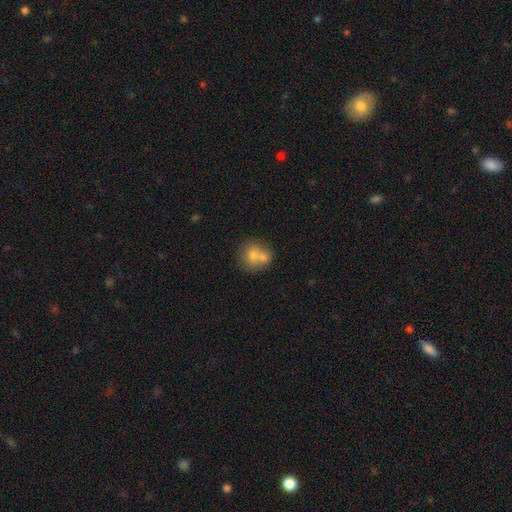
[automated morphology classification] type=smooth (70%); roundness=round (79%); merging=merger (53%).